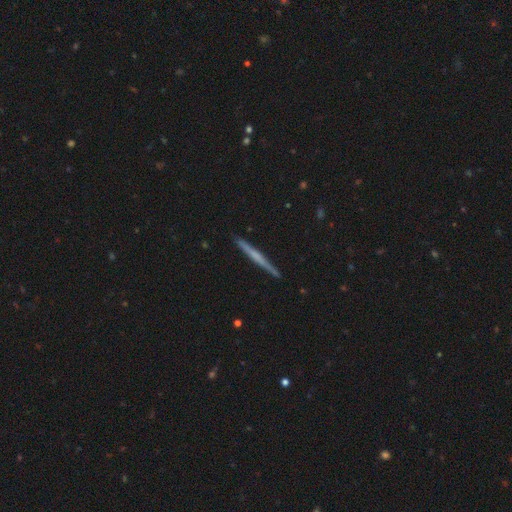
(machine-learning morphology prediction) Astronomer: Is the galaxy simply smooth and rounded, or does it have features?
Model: featured or disk — 59% (runner-up: smooth, 36%).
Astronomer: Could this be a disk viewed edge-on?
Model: yes — 98%.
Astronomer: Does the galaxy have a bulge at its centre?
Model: none — 61%.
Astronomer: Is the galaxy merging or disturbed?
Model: none — 91%.